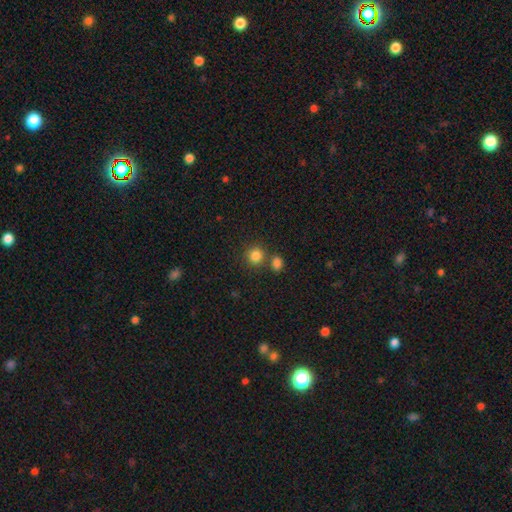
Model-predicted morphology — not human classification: Smooth or featured? Predicted: smooth (p=0.83). How rounded? Predicted: round (p=0.87). Merging? Predicted: none (p=0.67).